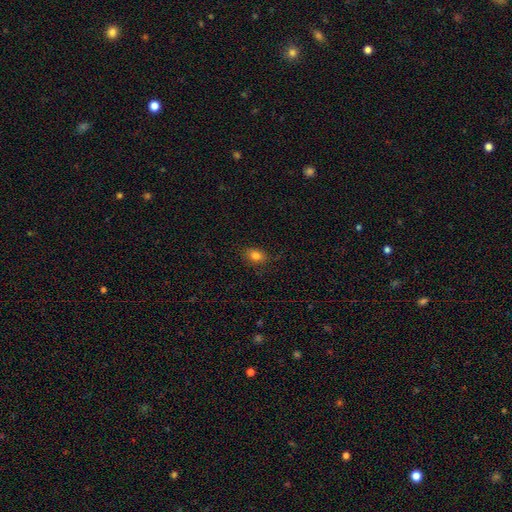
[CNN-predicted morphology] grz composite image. It shows a smooth galaxy with no disk features (82%) that is in between round and cigar-shaped (72%). Merging: none (82%).